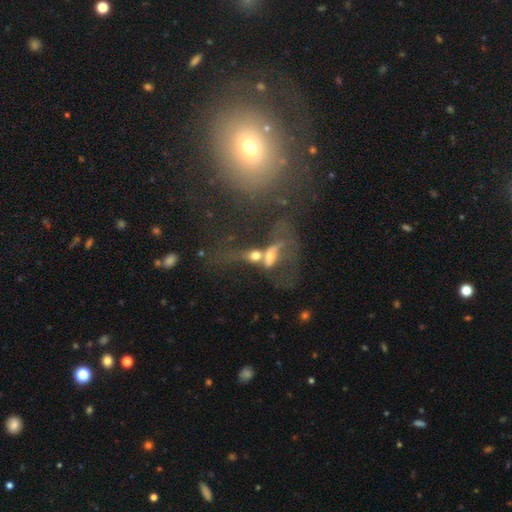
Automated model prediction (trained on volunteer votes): Smooth or featured? featured or disk (45%)
Merging? merger (64%)